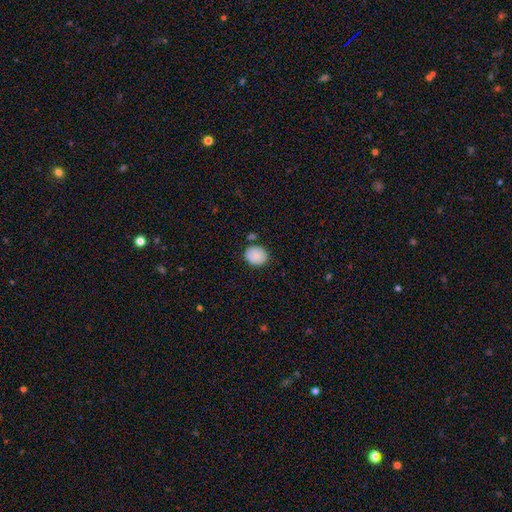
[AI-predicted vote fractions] smooth 86%, star or artifact 7%, featured or disk 7%. Down the decision tree: how rounded — round (68%); merging — none (79%).